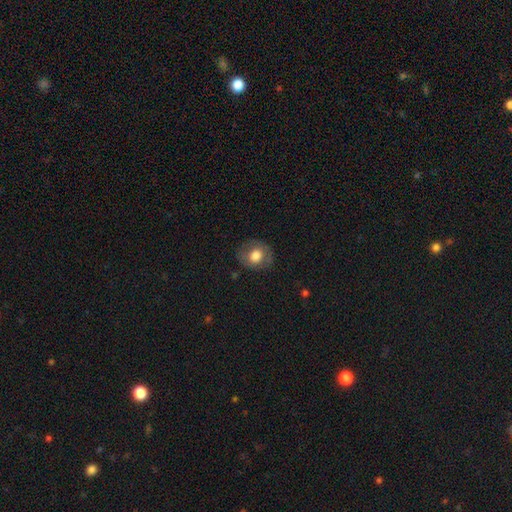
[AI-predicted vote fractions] Q: Smooth or featured?
A: smooth (69%); runner-up: featured or disk (23%)
Q: How rounded?
A: round (71%); runner-up: in between (28%)
Q: Merging?
A: none (78%); runner-up: minor disturbance (15%)